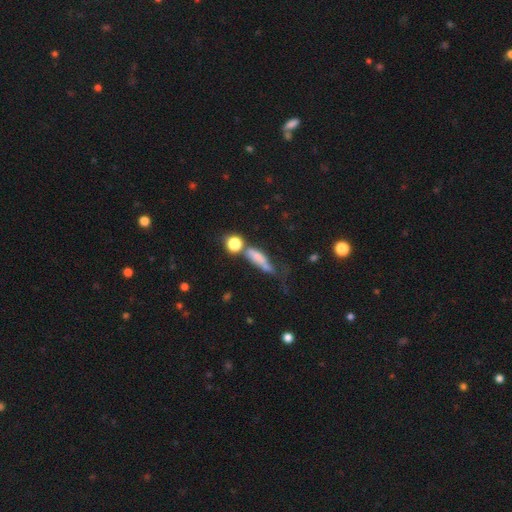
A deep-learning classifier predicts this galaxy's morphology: This appears to be a smooth galaxy with no disk features (61%) that is cigar-shaped (51%). Merging: none (32%).